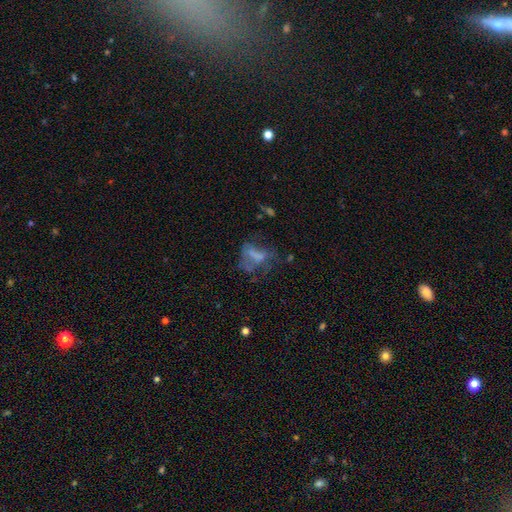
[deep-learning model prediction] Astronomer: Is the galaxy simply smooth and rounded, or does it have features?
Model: featured or disk — 42% (runner-up: smooth, 41%).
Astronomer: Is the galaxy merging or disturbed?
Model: major disturbance — 42% (runner-up: none, 32%).